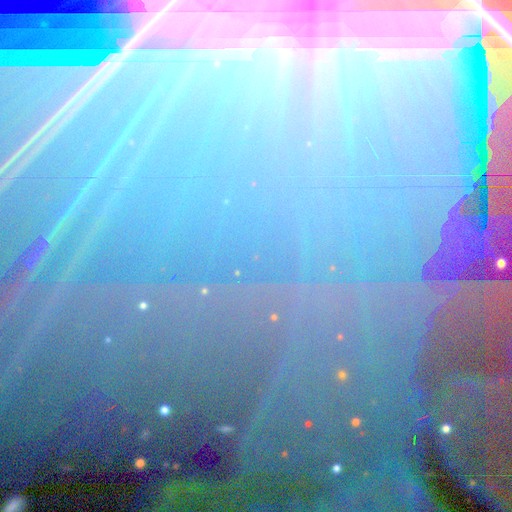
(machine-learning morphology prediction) star or artifact 80%, smooth 11%, featured or disk 9%.